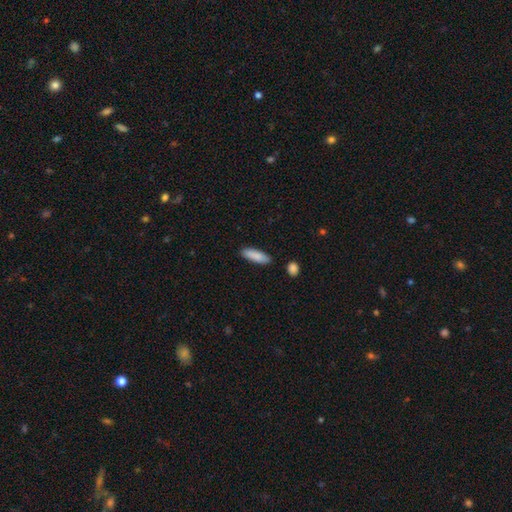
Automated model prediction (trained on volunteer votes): Smooth or featured?
  - smooth: 87% *
  - featured or disk: 7%
  - star or artifact: 6%
How rounded?
  - cigar-shaped: 49% * (tied)
  - in between: 49% * (tied)
  - round: 2%
Merging?
  - none: 85% *
  - minor disturbance: 10%
  - merger: 3%
  - major disturbance: 2%